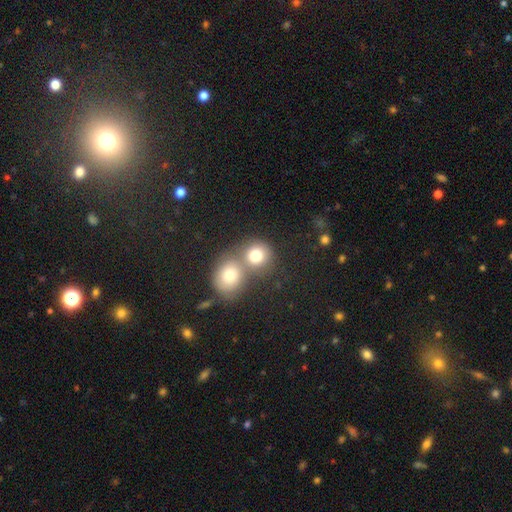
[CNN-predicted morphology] smooth_or_featured: smooth (p=0.77) [alt: featured or disk p=0.12]
how_rounded: round (p=0.83) [alt: in between p=0.16]
merging: merger (p=0.52) [alt: none p=0.38]